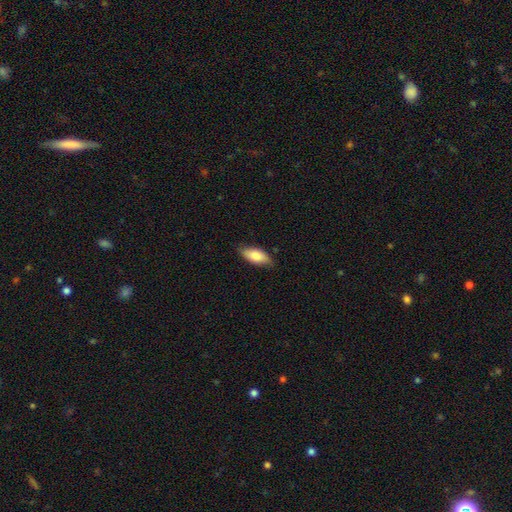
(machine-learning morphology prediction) Smooth or featured?
  - smooth: 80% *
  - featured or disk: 14%
  - star or artifact: 6%
How rounded?
  - in between: 84% *
  - cigar-shaped: 13%
  - round: 2%
Merging?
  - none: 81% *
  - minor disturbance: 16%
  - major disturbance: 3%
  - merger: 1%